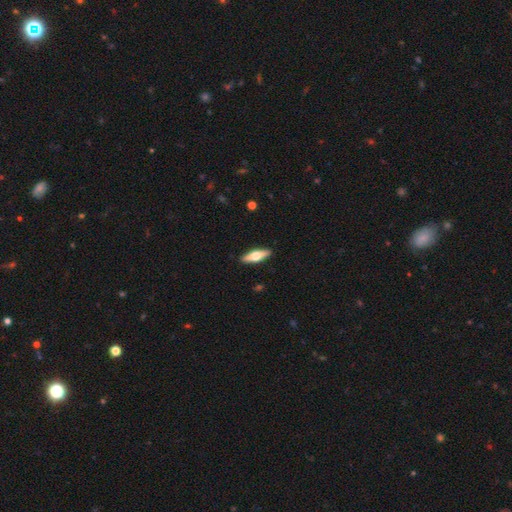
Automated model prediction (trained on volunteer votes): The model was most divided on "smooth or featured": featured or disk: 51%, smooth: 44%, star or artifact: 5%. More confident: edge-on disk — yes (92%); merging — none (91%).